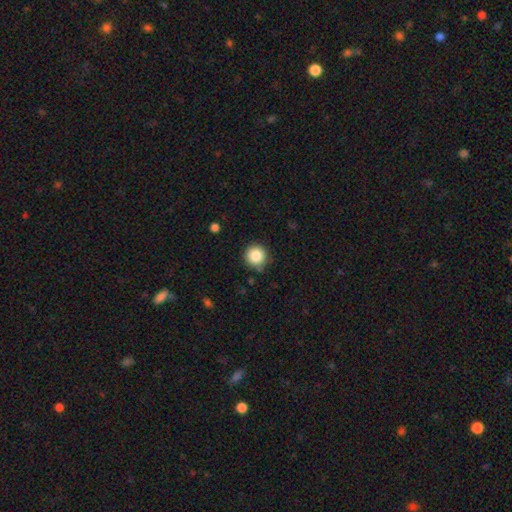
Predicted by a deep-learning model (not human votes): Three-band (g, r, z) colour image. It shows a smooth galaxy with no disk features (85%) that is round (95%). Merging: none (86%).